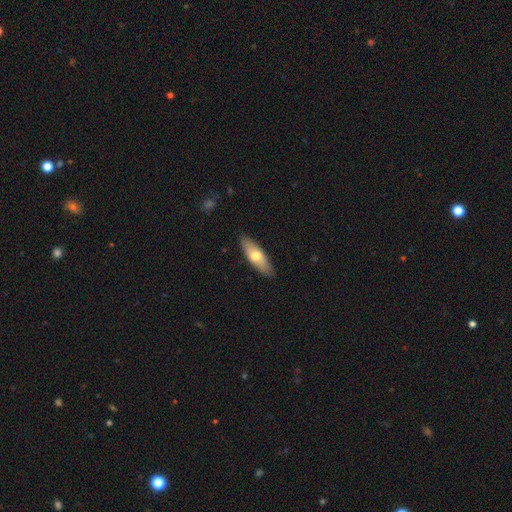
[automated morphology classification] Smooth or featured? Predicted: smooth (p=0.63). How rounded? Predicted: in between (p=0.57). Merging? Predicted: none (p=0.88).